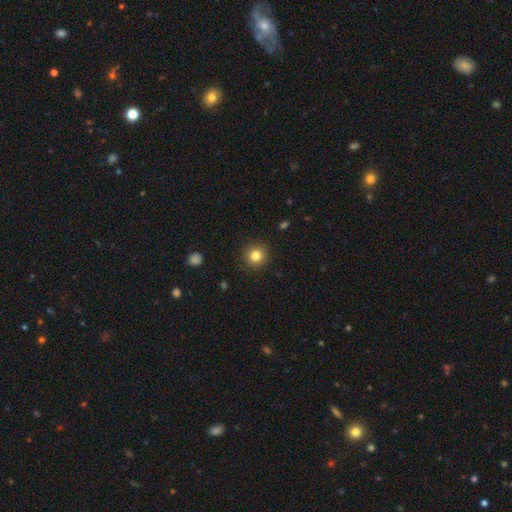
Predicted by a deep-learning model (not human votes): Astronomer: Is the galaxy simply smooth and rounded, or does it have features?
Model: smooth — 81%.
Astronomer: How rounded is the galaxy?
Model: round — 94%.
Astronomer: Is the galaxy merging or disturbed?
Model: none — 91%.